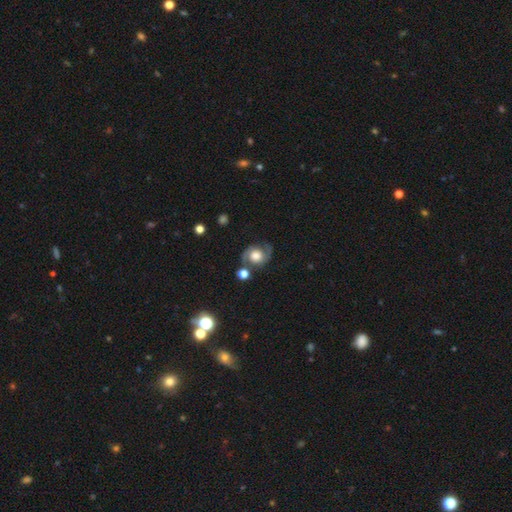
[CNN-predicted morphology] featured or disk 71%, smooth 22%, star or artifact 8%. Down the decision tree: edge-on disk — no (97%); bar — no (74%); spiral arms — yes (89%); spiral arm count — 2 (91%); spiral winding — medium (52%); bulge size — large (50%); merging — none (69%).